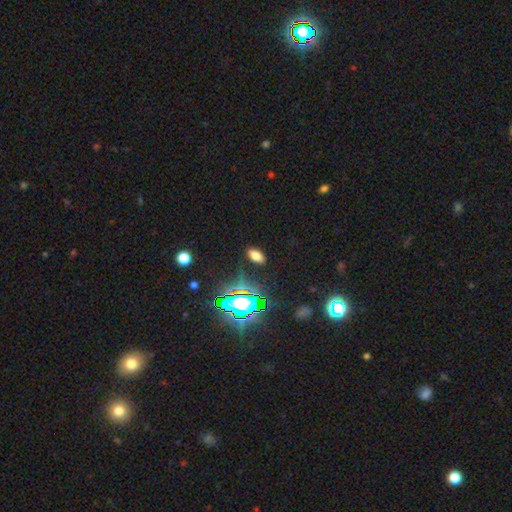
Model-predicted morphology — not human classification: Smooth or featured: smooth — 66% (star or artifact — 25%)
How rounded: in between — 90% (round — 5%)
Merging: none — 88% (minor disturbance — 8%)